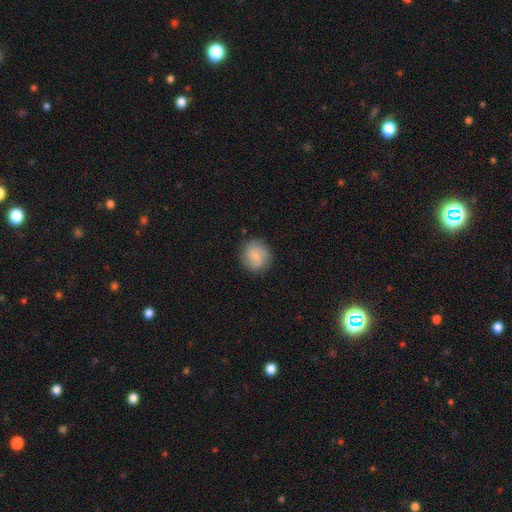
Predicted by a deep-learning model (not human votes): Morphology: type=smooth (70%); roundness=round (87%); merging=none (82%).